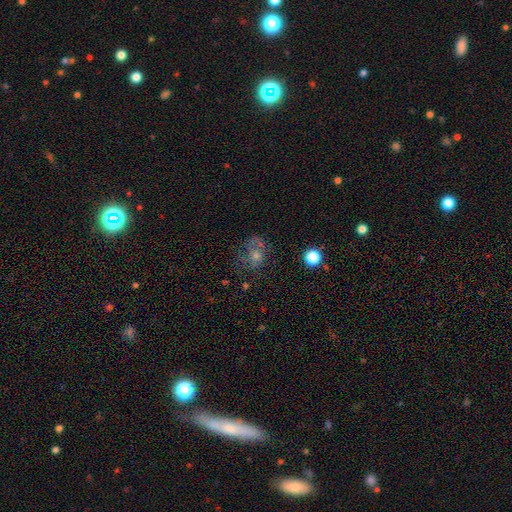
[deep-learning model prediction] Smooth or featured: featured or disk — 43% (smooth — 36%)
Merging: none — 49% (major disturbance — 24%)